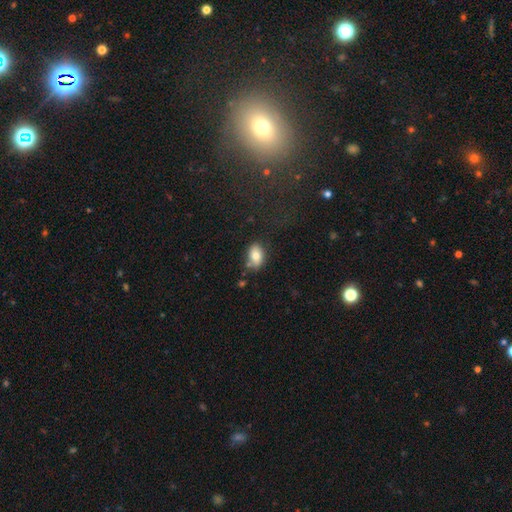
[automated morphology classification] Smooth or featured?
  - smooth: 79% *
  - featured or disk: 13%
  - star or artifact: 8%
How rounded?
  - in between: 85% *
  - round: 13%
  - cigar-shaped: 2%
Merging?
  - none: 68% *
  - minor disturbance: 20%
  - merger: 8%
  - major disturbance: 5%